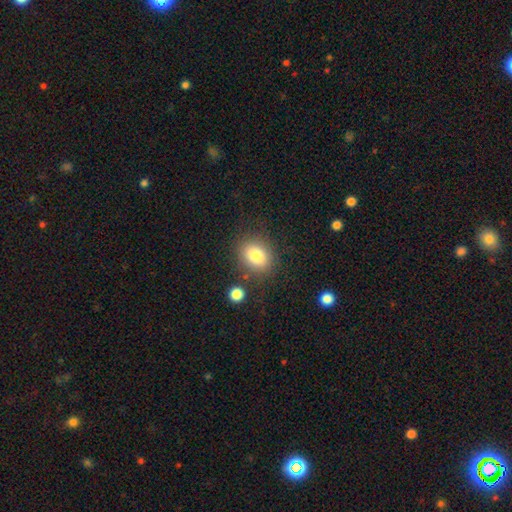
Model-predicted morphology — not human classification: Smooth or featured?
  - smooth: 82% *
  - star or artifact: 9%
  - featured or disk: 9%
How rounded?
  - in between: 57% *
  - round: 42%
  - cigar-shaped: 1%
Merging?
  - none: 79% *
  - minor disturbance: 12%
  - major disturbance: 4%
  - merger: 4%